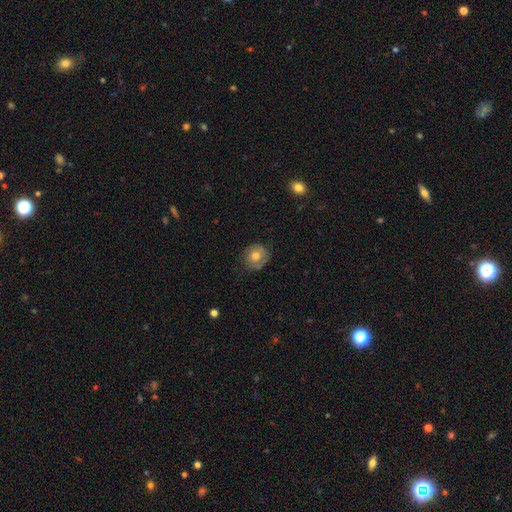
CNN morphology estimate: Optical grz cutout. It shows a smooth galaxy with no disk features (54%) that is round (77%). Merging: none (72%).